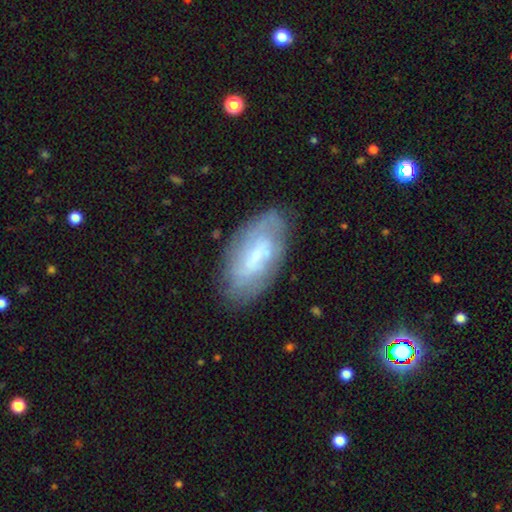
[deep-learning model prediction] Smooth or featured? Predicted: featured or disk (p=0.54). Edge-on disk? Predicted: no (p=0.92). Merging? Predicted: none (p=0.74).